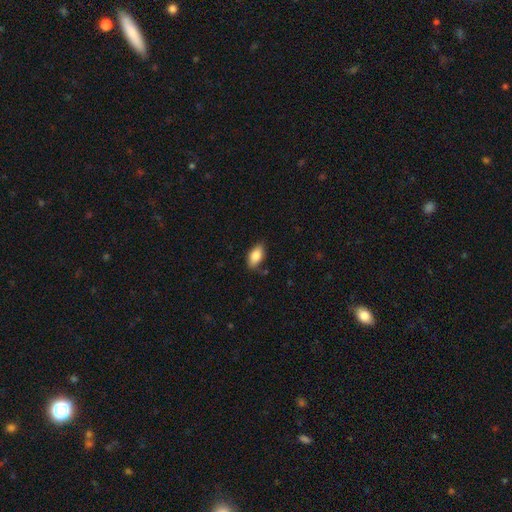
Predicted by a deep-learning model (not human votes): Smooth or featured? Predicted: smooth (p=0.83). How rounded? Predicted: in between (p=0.91). Merging? Predicted: none (p=0.81).